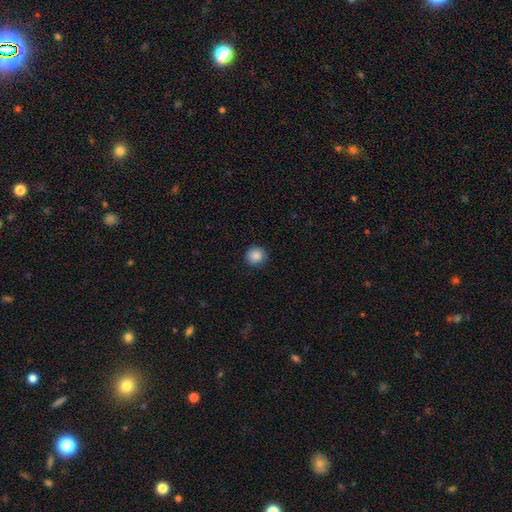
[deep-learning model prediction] Smooth or featured? smooth (88%)
How rounded? round (94%)
Merging? none (90%)